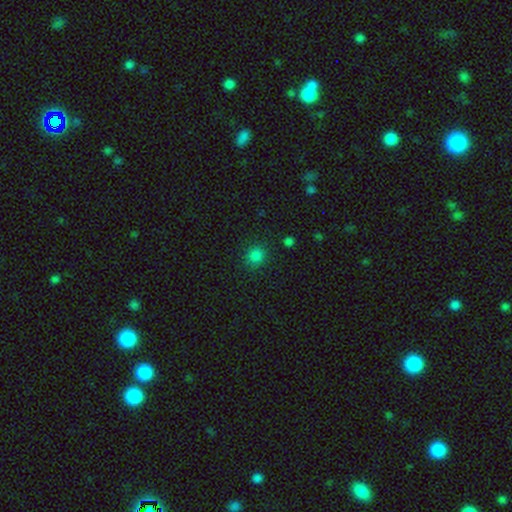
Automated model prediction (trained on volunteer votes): Q: Smooth or featured?
A: smooth (83%); runner-up: star or artifact (14%)
Q: How rounded?
A: round (82%); runner-up: in between (17%)
Q: Merging?
A: none (87%); runner-up: minor disturbance (8%)